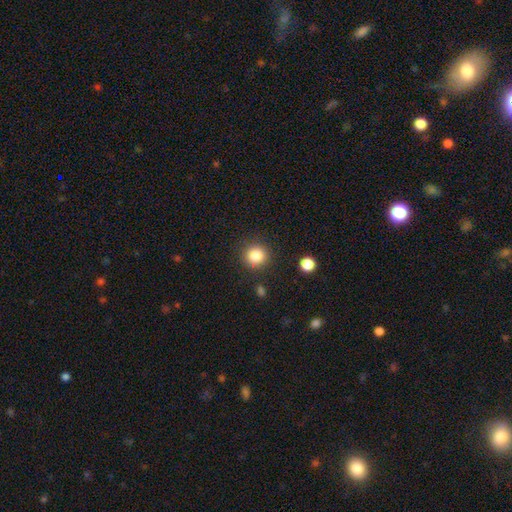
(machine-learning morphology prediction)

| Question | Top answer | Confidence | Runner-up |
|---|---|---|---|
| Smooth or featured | smooth | 84% | star or artifact (11%) |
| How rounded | round | 92% | in between (7%) |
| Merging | none | 88% | minor disturbance (7%) |